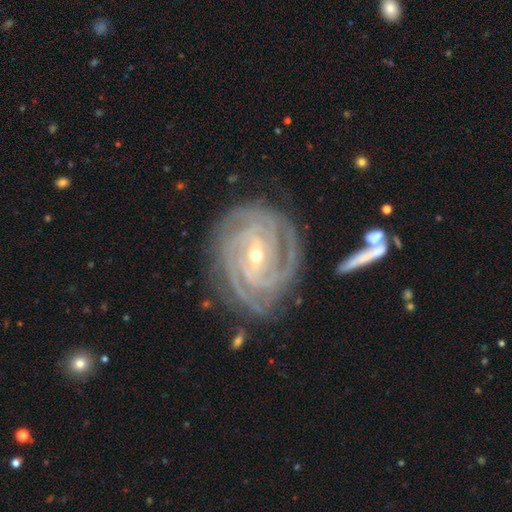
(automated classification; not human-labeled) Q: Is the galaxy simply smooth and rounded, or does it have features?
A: featured or disk — 92%.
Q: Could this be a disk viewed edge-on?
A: no — 97%.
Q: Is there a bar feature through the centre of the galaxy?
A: weak — 41%.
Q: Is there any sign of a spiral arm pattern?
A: yes — 99%.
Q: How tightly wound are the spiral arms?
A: tight — 82%.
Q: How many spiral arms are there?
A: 4 — 32%.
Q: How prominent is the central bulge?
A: small — 61%.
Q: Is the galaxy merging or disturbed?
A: none — 78%.